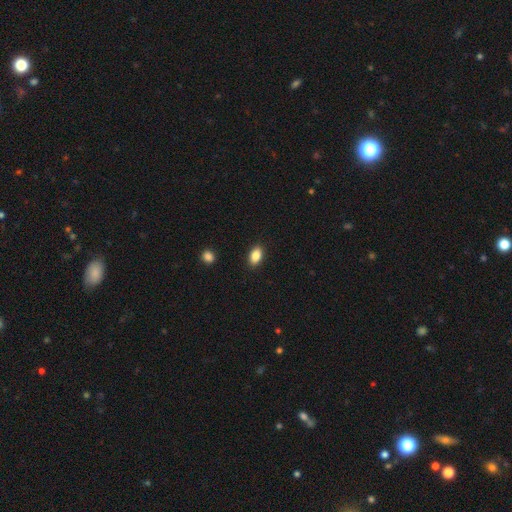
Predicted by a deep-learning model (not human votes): smooth 87%, star or artifact 8%, featured or disk 5%. Down the decision tree: how rounded — in between (89%); merging — none (90%).